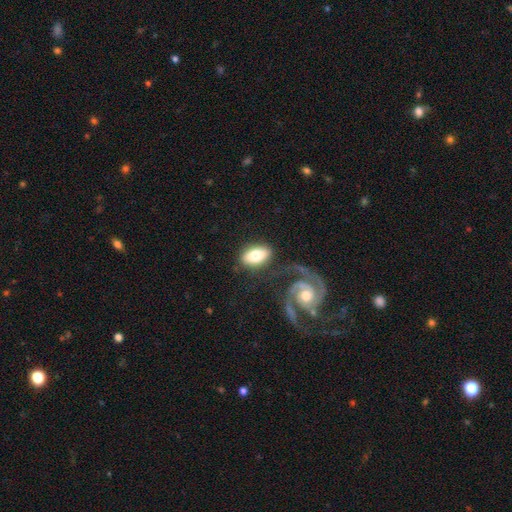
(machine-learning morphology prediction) A smooth galaxy with no disk features (69%) that is in between round and cigar-shaped (89%). Merging: none (69%).